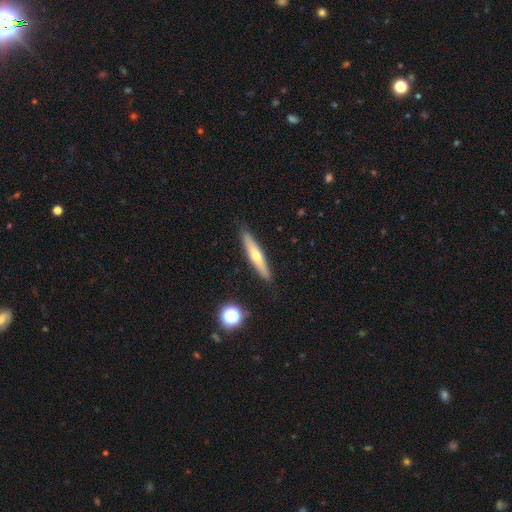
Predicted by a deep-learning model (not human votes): Smooth or featured? Predicted: featured or disk (p=0.47). Merging? Predicted: none (p=0.89).